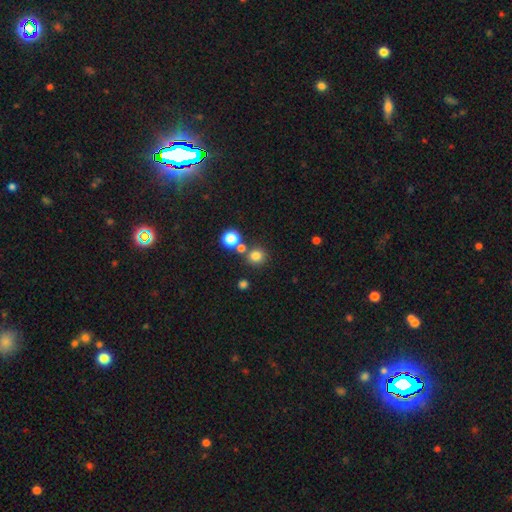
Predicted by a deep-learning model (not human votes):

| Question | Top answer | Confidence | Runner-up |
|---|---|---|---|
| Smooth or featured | smooth | 78% | star or artifact (16%) |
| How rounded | round | 90% | in between (9%) |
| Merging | none | 74% | merger (15%) |